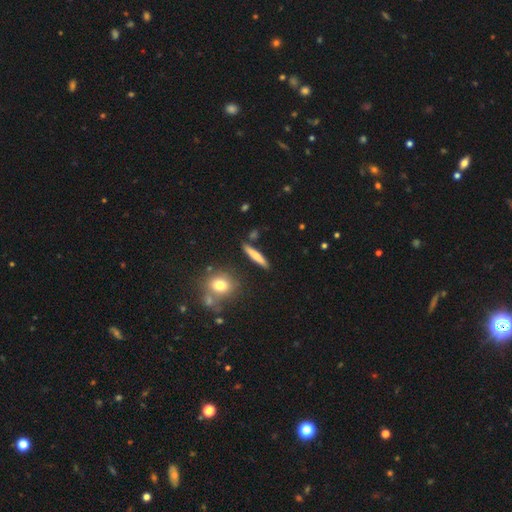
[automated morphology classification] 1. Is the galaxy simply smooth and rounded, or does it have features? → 64% smooth, 28% featured or disk, 7% star or artifact.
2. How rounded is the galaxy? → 90% cigar-shaped, 7% in between, 3% round.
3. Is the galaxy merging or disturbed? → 87% none, 8% minor disturbance, 3% merger, 2% major disturbance.